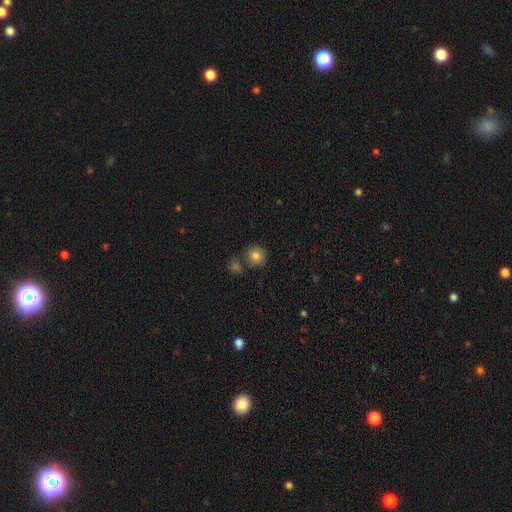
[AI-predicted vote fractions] The model was most divided on "merging": none: 75%, merger: 14%, minor disturbance: 9%, major disturbance: 3%. More confident: how rounded — round (92%); smooth or featured — smooth (82%).